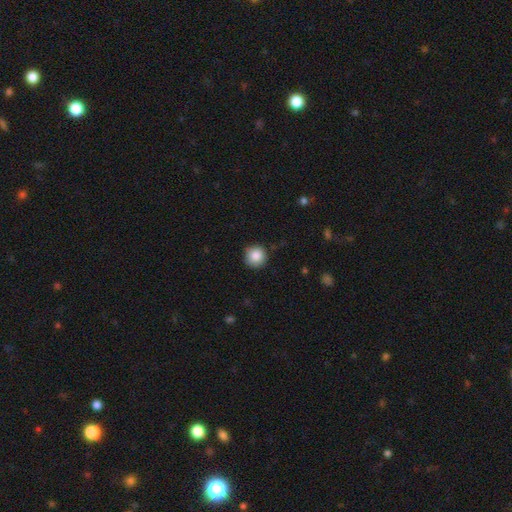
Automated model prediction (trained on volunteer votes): smooth 87%, star or artifact 9%, featured or disk 5%. Down the decision tree: how rounded — round (94%); merging — none (88%).